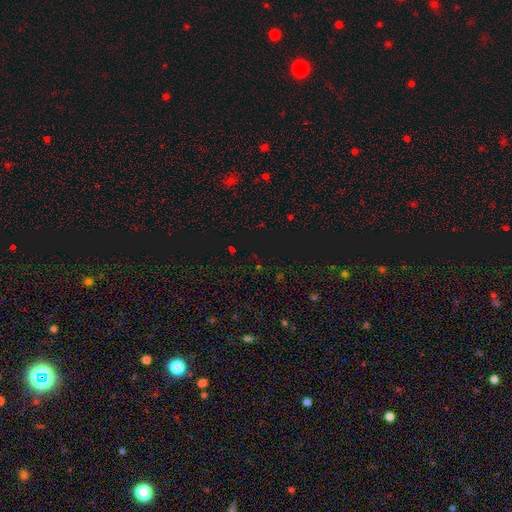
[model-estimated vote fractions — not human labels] Smooth or featured?
  - star or artifact: 66% *
  - smooth: 26%
  - featured or disk: 8%